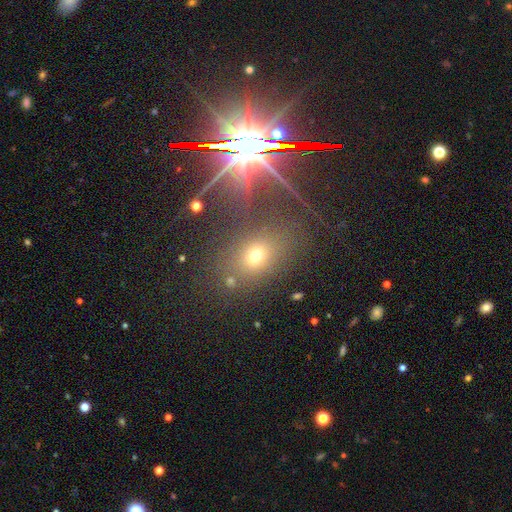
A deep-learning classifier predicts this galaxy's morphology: Q: Smooth or featured?
A: smooth (57%); runner-up: star or artifact (31%)
Q: How rounded?
A: in between (55%); runner-up: round (42%)
Q: Merging?
A: none (78%); runner-up: minor disturbance (11%)